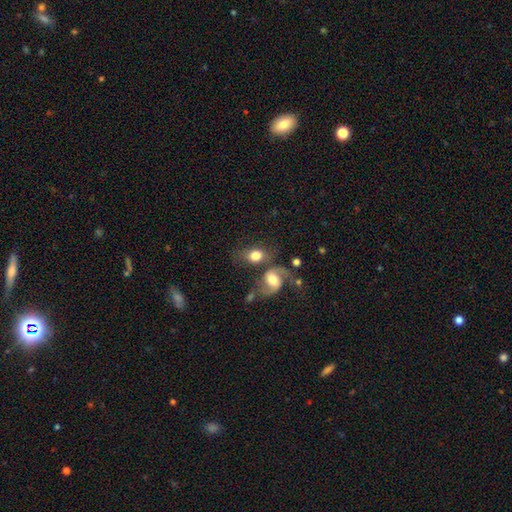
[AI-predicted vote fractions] Smooth or featured?
  - smooth: 65% *
  - featured or disk: 27%
  - star or artifact: 8%
How rounded?
  - in between: 64% *
  - round: 34%
  - cigar-shaped: 2%
Merging?
  - none: 42% *
  - merger: 33%
  - minor disturbance: 15%
  - major disturbance: 10%